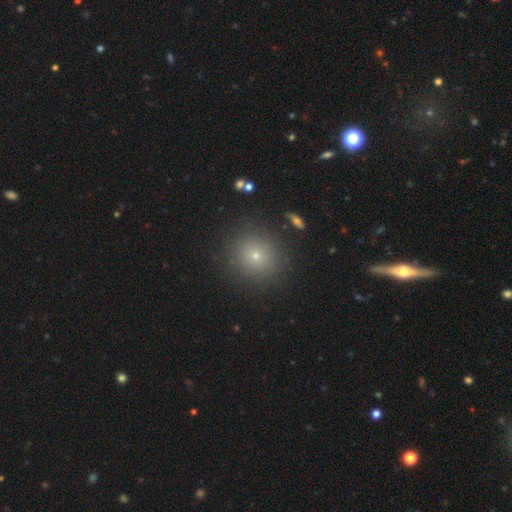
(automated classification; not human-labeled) A smooth galaxy with no disk features (72%) that is round (89%).

Vote fractions:
- Smooth or featured? smooth: 72% / star or artifact: 17% / featured or disk: 12%
- How rounded? round: 89% / in between: 10% / cigar-shaped: 1%
- Merging? none: 87% / minor disturbance: 8% / major disturbance: 3% / merger: 2%